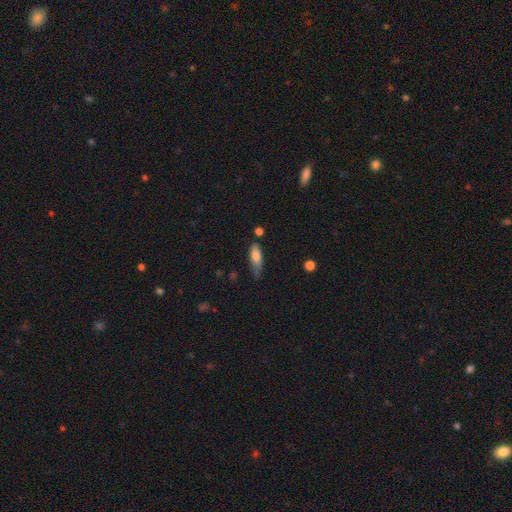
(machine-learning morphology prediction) A smooth galaxy with no disk features (76%) that is in between round and cigar-shaped (60%). Merging: none (46%).